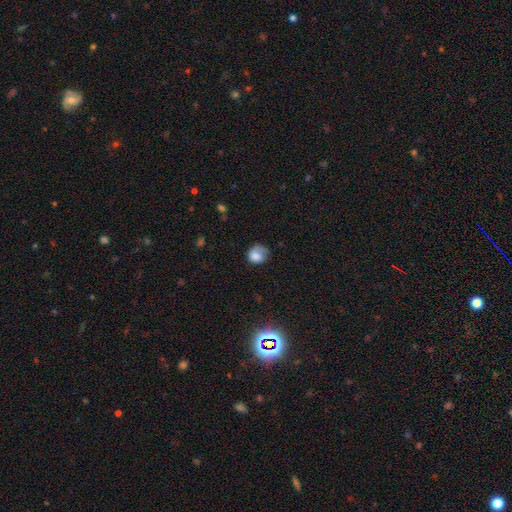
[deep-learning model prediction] This is likely a smooth galaxy (77%). How rounded: likely round (71%). Merging: possibly none (46%).